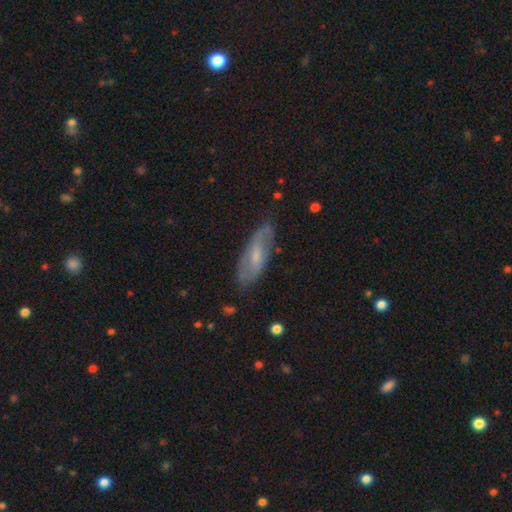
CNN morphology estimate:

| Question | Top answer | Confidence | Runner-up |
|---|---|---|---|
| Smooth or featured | featured or disk | 58% | smooth (35%) |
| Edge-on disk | no | 81% | yes (19%) |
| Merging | none | 75% | minor disturbance (18%) |